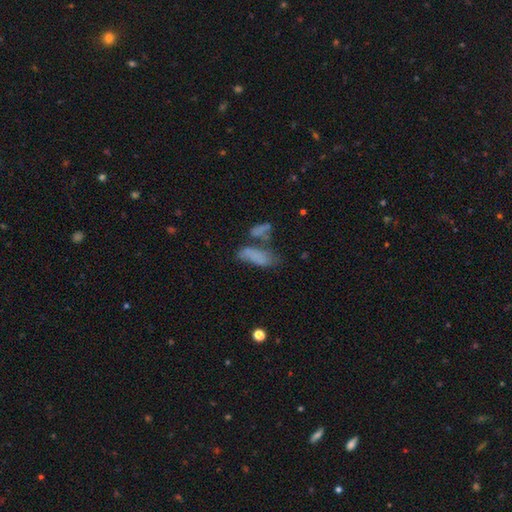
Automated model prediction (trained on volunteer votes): Overall: smooth (67%). How rounded: in between (73%). Merging: merger (40%; none 28%).